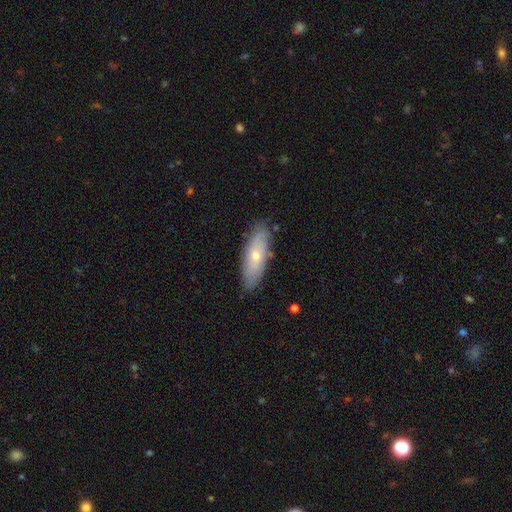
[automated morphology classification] Smooth or featured?
  - smooth: 48% *
  - featured or disk: 45%
  - star or artifact: 7%
Merging?
  - none: 83% *
  - minor disturbance: 14%
  - major disturbance: 2%
  - merger: 1%